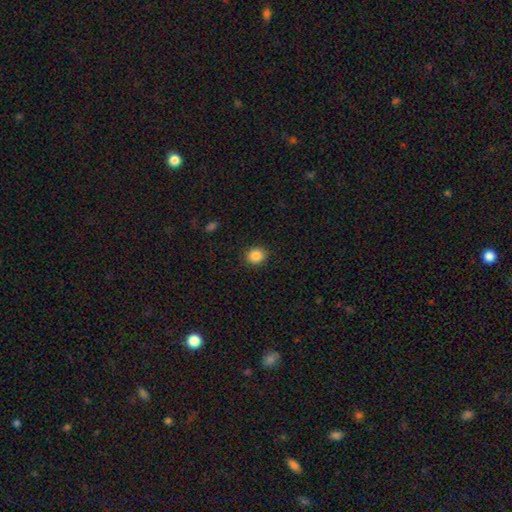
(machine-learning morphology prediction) This is clearly a smooth galaxy (87%). How rounded: likely round (72%). Merging: clearly none (90%).